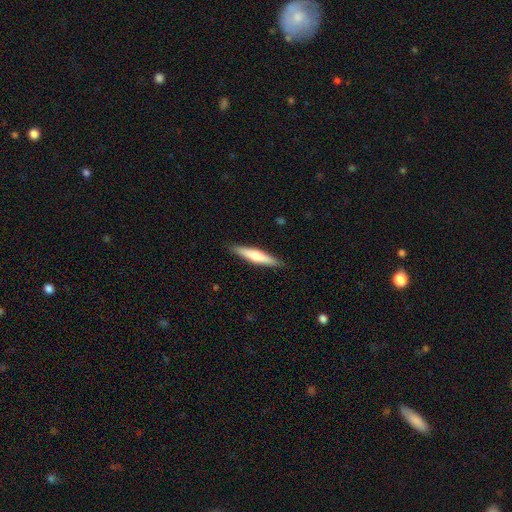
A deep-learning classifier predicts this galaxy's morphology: This is possibly a smooth galaxy (56%). How rounded: clearly cigar-shaped (88%). Merging: clearly none (90%).